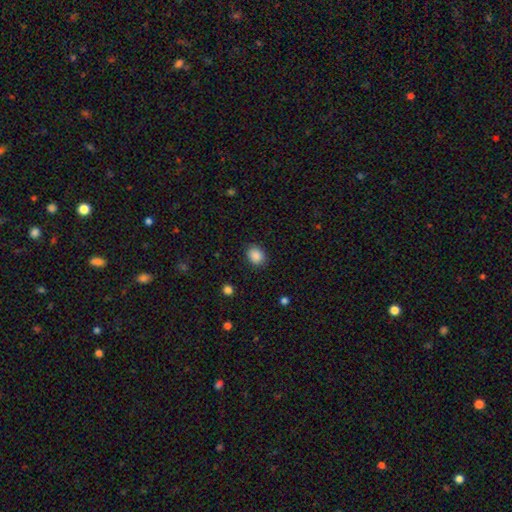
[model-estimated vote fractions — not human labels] smooth_or_featured: smooth (p=0.88) [alt: star or artifact p=0.09]
how_rounded: in between (p=0.54) [alt: round p=0.45]
merging: none (p=0.86) [alt: minor disturbance p=0.10]